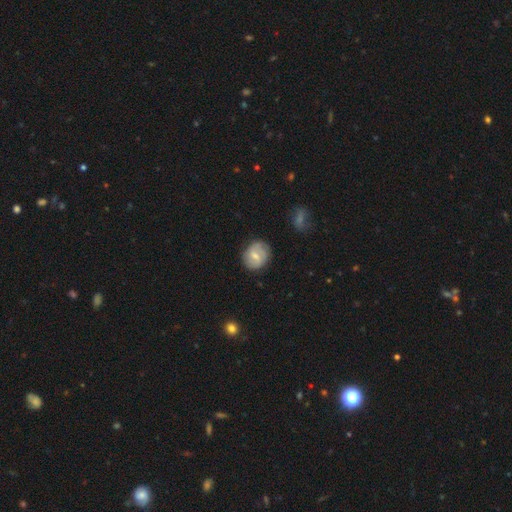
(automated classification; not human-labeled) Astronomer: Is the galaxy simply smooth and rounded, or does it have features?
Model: smooth — 52% (runner-up: featured or disk, 41%).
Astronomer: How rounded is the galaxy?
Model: round — 65%.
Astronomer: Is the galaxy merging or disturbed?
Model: none — 77%.